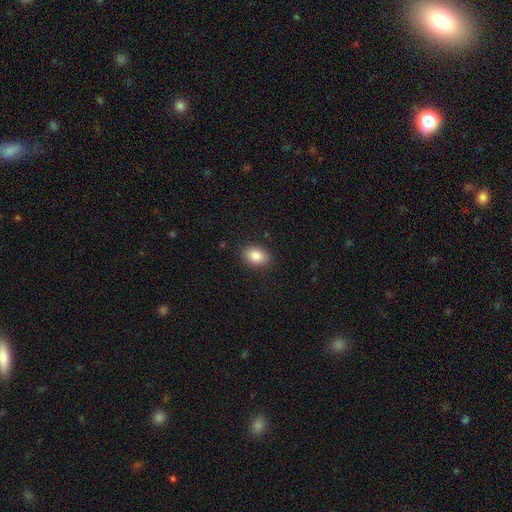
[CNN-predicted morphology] smooth_or_featured: smooth (p=0.85) [alt: star or artifact p=0.08]
how_rounded: in between (p=0.76) [alt: round p=0.23]
merging: none (p=0.88) [alt: minor disturbance p=0.09]